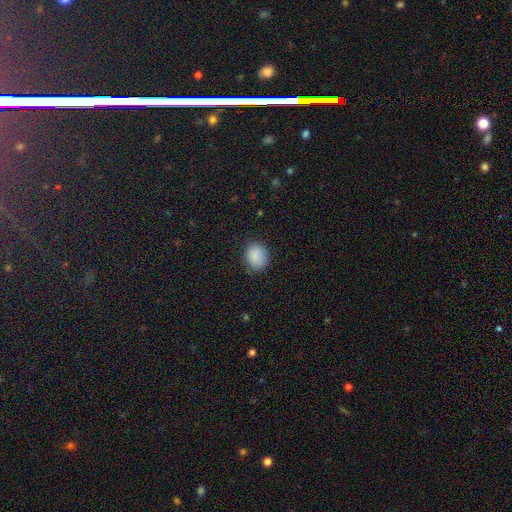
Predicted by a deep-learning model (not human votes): Smooth or featured? Predicted: smooth (p=0.88). How rounded? Predicted: round (p=0.59). Merging? Predicted: none (p=0.84).